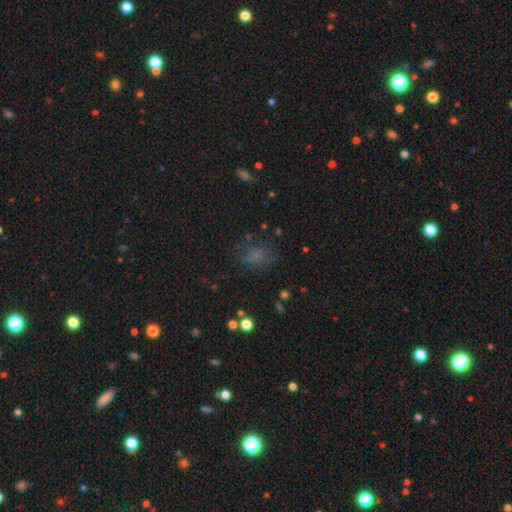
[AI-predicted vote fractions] smooth_or_featured: smooth (p=0.62) [alt: star or artifact p=0.23]
how_rounded: in between (p=0.52) [alt: round p=0.46]
merging: none (p=0.66) [alt: minor disturbance p=0.19]